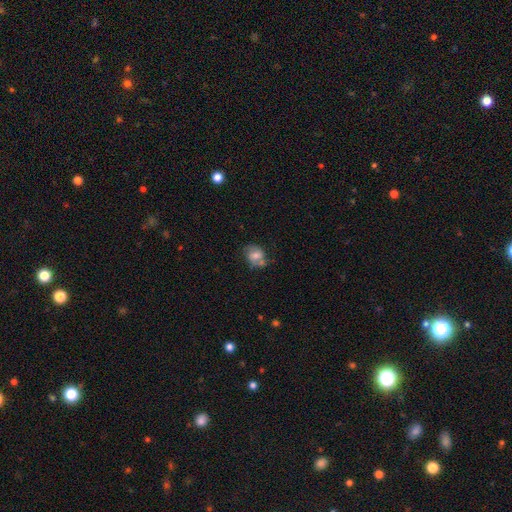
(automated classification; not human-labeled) Morphology: type=smooth (55%); roundness=in between (52%); merging=none (50%).